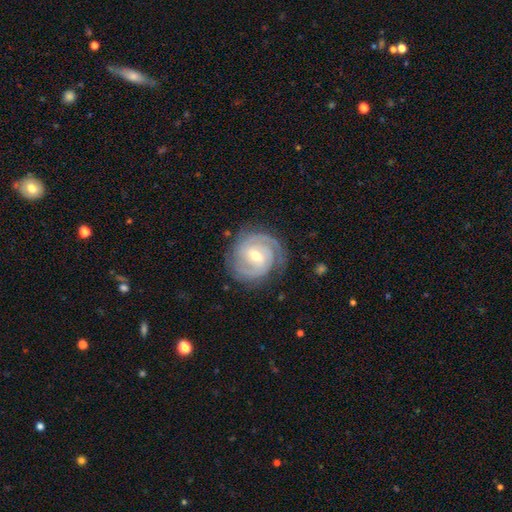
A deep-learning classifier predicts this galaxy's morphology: Smooth or featured? featured or disk (89%)
Edge-on disk? no (98%)
Bar? weak (52%)
Spiral arms? yes (98%)
Spiral winding? tight (73%)
Spiral arm count? 2 (45%)
Bulge size? moderate (56%)
Merging? none (80%)